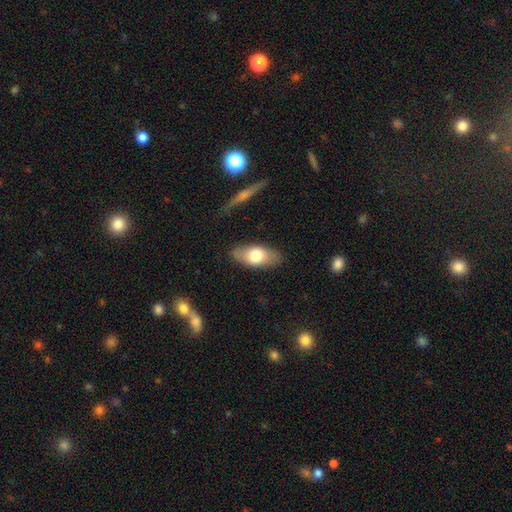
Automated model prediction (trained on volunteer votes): The model was most divided on "smooth or featured": smooth: 69%, featured or disk: 25%, star or artifact: 6%. More confident: how rounded — in between (87%); merging — none (84%).